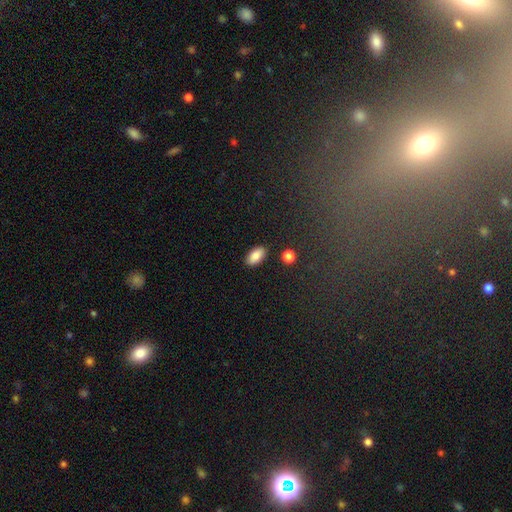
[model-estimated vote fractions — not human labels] Smooth or featured? Predicted: smooth (p=0.85). How rounded? Predicted: in between (p=0.92). Merging? Predicted: none (p=0.88).